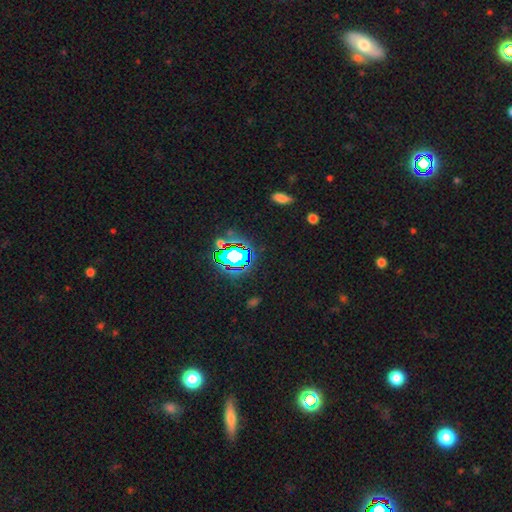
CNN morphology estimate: smooth_or_featured: star or artifact (p=0.78) [alt: smooth p=0.14]